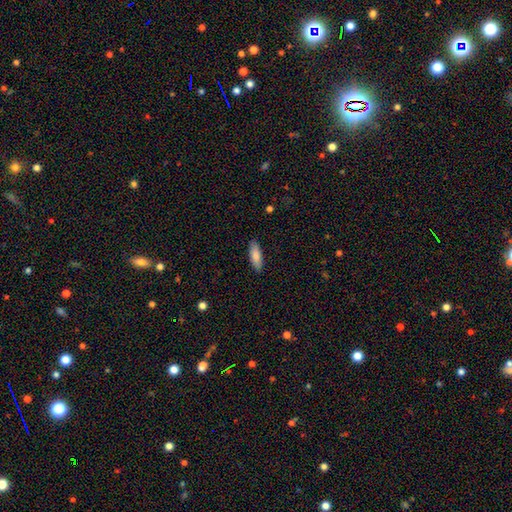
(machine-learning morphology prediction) Smooth or featured? Predicted: smooth (p=0.85). How rounded? Predicted: in between (p=0.59). Merging? Predicted: none (p=0.89).